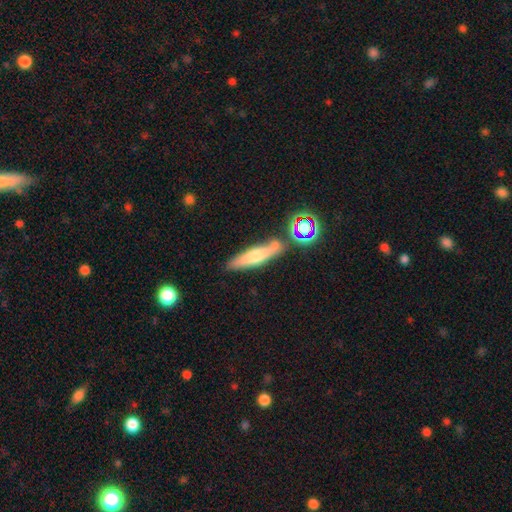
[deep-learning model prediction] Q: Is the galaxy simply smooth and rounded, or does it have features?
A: smooth — 46%.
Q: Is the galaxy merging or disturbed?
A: none — 71%.